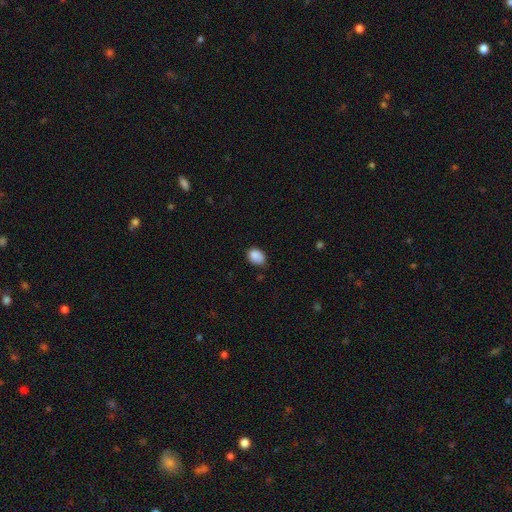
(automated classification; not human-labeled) A smooth galaxy with no disk features (87%) that is in between round and cigar-shaped (69%). Merging: none (67%).